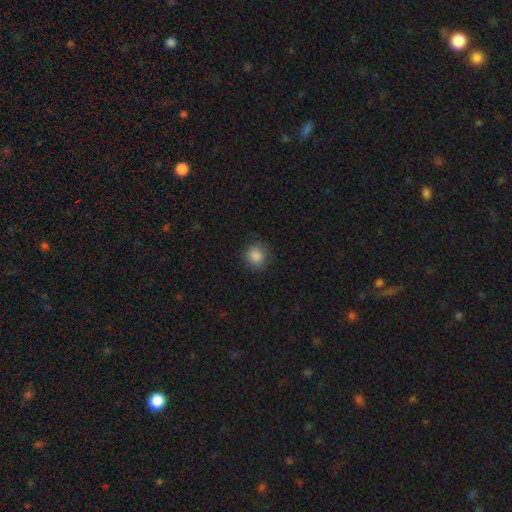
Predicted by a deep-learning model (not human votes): Q: Smooth or featured?
A: smooth (86%); runner-up: star or artifact (10%)
Q: How rounded?
A: round (90%); runner-up: in between (9%)
Q: Merging?
A: none (86%); runner-up: minor disturbance (10%)